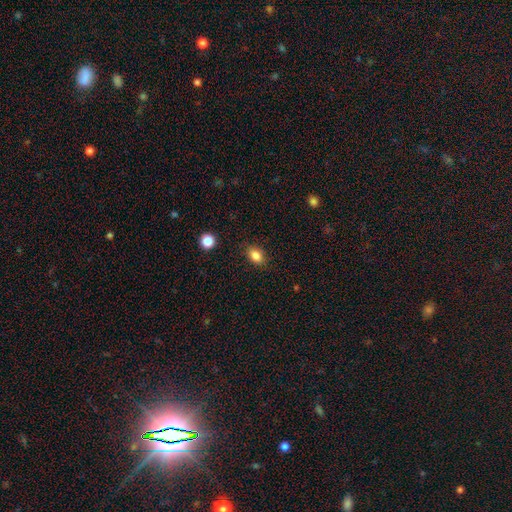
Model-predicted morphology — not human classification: Smooth or featured? smooth (84%)
How rounded? in between (80%)
Merging? none (86%)